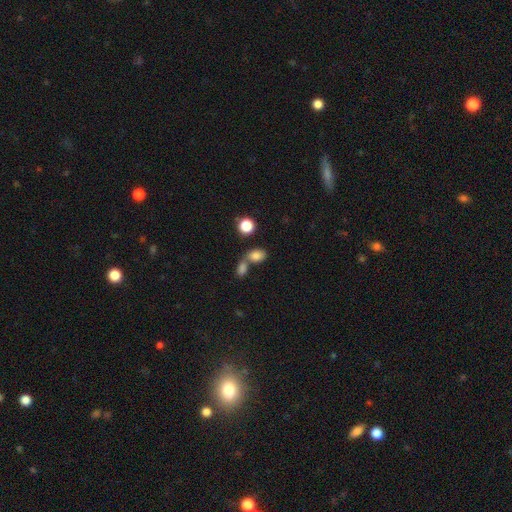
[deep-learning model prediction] A smooth galaxy with no disk features (81%) that is in between round and cigar-shaped (79%). Merging: none (45%).